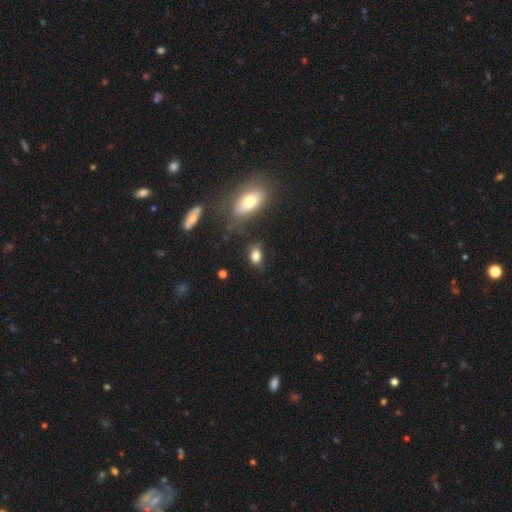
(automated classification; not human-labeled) A smooth galaxy with no disk features (81%) that is in between round and cigar-shaped (82%).

Vote fractions:
- Smooth or featured? smooth: 81% / star or artifact: 10% / featured or disk: 9%
- How rounded? in between: 82% / round: 15% / cigar-shaped: 3%
- Merging? none: 63% / minor disturbance: 23% / major disturbance: 8% / merger: 6%